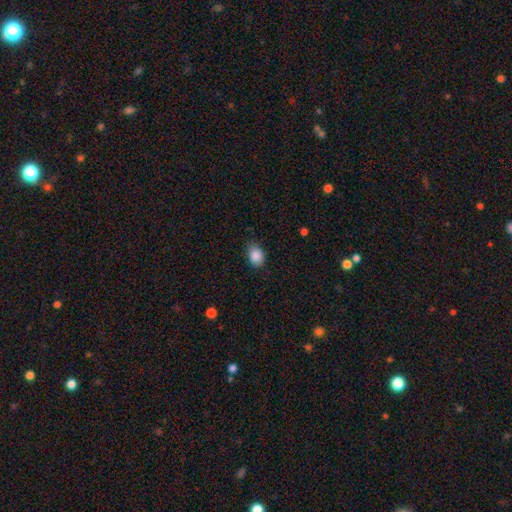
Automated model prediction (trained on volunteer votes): A smooth galaxy with no disk features (88%) that is in between round and cigar-shaped (64%).

Vote fractions:
- Smooth or featured? smooth: 88% / star or artifact: 9% / featured or disk: 4%
- How rounded? in between: 64% / round: 34% / cigar-shaped: 1%
- Merging? none: 72% / minor disturbance: 23% / major disturbance: 4% / merger: 1%